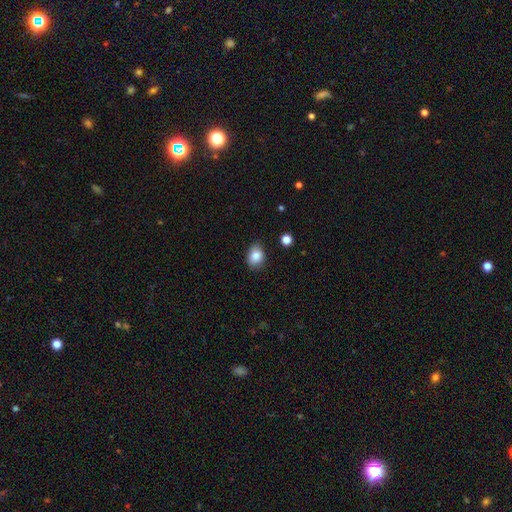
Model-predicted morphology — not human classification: A smooth galaxy with no disk features (85%) that is in between round and cigar-shaped (61%).

Vote fractions:
- Smooth or featured? smooth: 85% / star or artifact: 9% / featured or disk: 6%
- How rounded? in between: 61% / round: 38% / cigar-shaped: 1%
- Merging? none: 81% / minor disturbance: 14% / major disturbance: 3% / merger: 2%